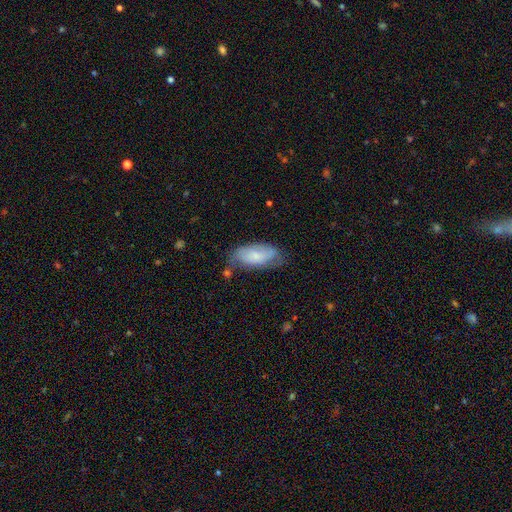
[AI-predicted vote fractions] This appears to be a smooth galaxy with no disk features (64%) that is in between round and cigar-shaped (88%). Merging: none (56%).